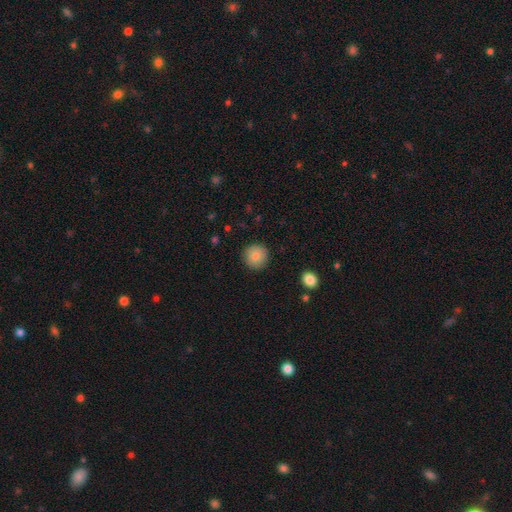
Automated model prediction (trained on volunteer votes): This is clearly a smooth galaxy (84%). How rounded: clearly round (94%). Merging: clearly none (90%).